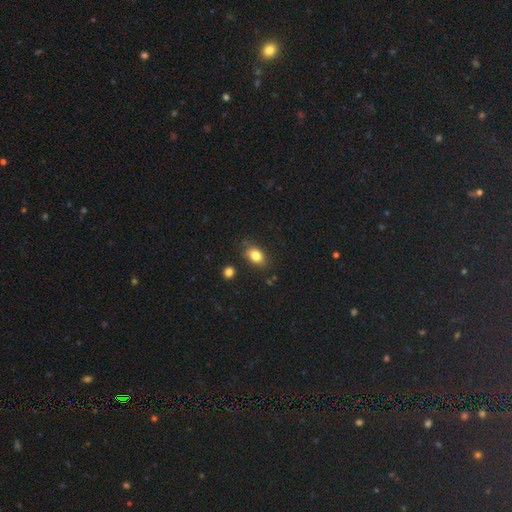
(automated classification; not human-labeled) Smooth or featured? Predicted: smooth (p=0.82). How rounded? Predicted: in between (p=0.80). Merging? Predicted: none (p=0.75).